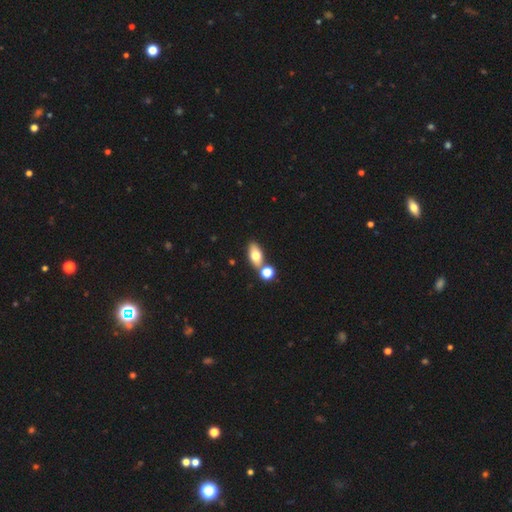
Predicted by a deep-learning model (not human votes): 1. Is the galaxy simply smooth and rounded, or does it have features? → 72% smooth, 19% featured or disk, 9% star or artifact.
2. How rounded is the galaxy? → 83% in between, 9% round, 8% cigar-shaped.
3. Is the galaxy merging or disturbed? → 62% none, 24% merger, 10% minor disturbance, 3% major disturbance.